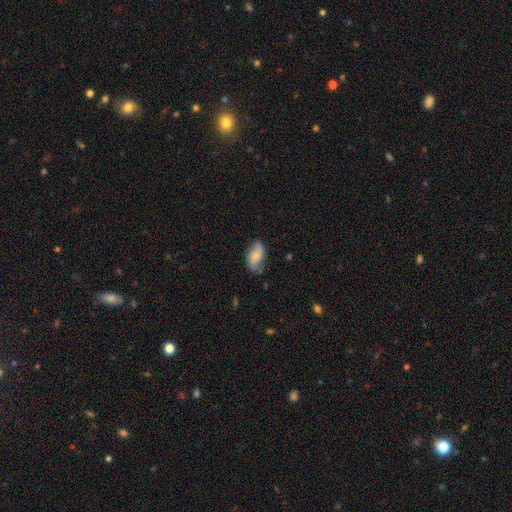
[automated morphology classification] Smooth or featured: smooth — 68% (featured or disk — 25%)
How rounded: in between — 93% (round — 4%)
Merging: none — 65% (minor disturbance — 27%)